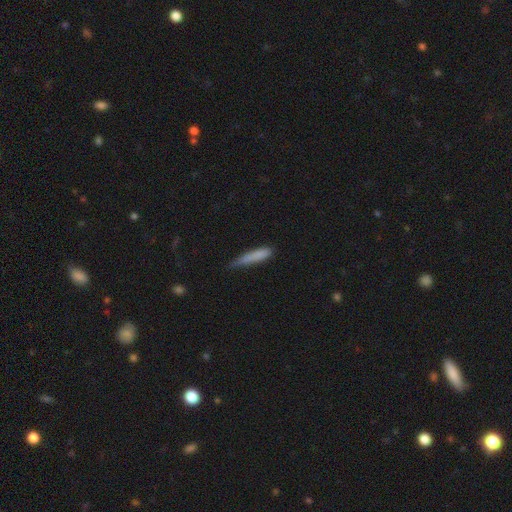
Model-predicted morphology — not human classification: The model was most divided on "merging": none: 54%, minor disturbance: 35%, major disturbance: 8%, merger: 3%. More confident: how rounded — cigar-shaped (89%); smooth or featured — smooth (80%).